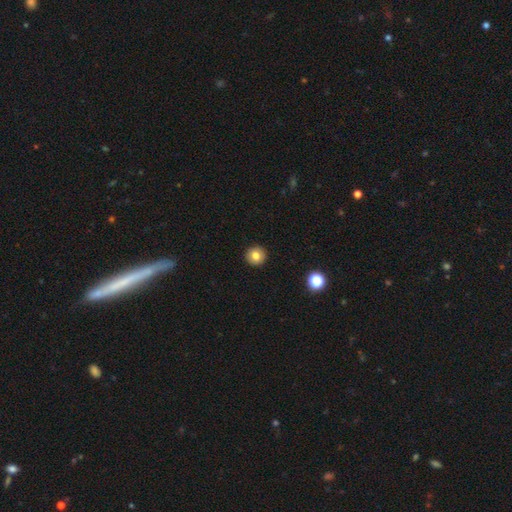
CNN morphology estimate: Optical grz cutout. It shows a smooth galaxy with no disk features (80%) that is round (95%). Merging: none (93%).